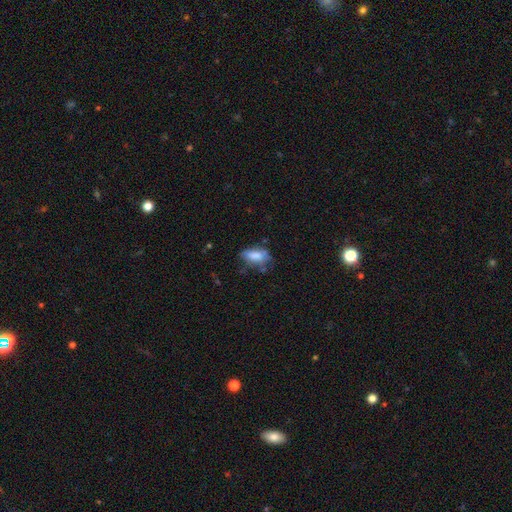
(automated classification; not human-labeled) Morphology: type=smooth (73%); roundness=in between (86%); merging=none (49%).